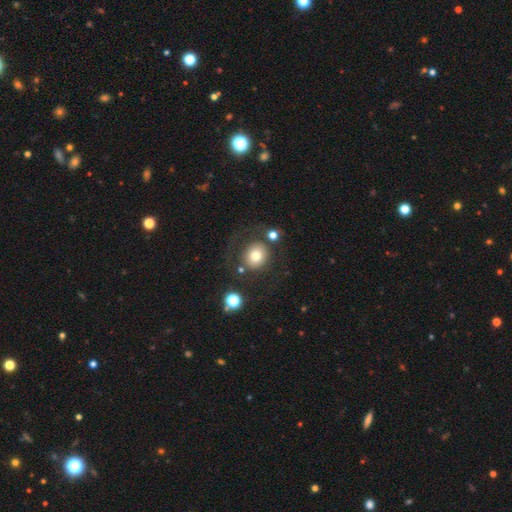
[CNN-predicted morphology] This appears to be a smooth galaxy with no disk features (74%) that is round (78%). Merging: none (67%).